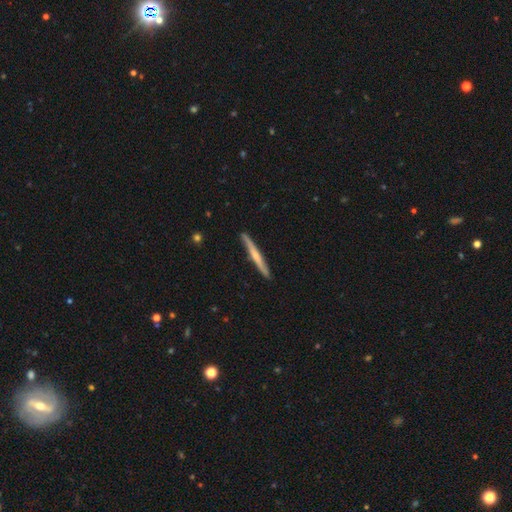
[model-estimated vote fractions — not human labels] Smooth or featured? Predicted: featured or disk (p=0.57). Edge-on disk? Predicted: yes (p=0.97). Edge-on bulge? Predicted: rounded (p=0.54). Merging? Predicted: none (p=0.90).